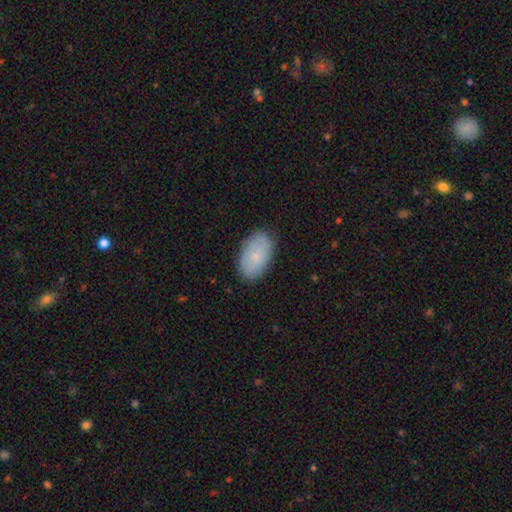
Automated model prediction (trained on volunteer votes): Morphology: type=smooth (81%); roundness=in between (94%); merging=none (84%).